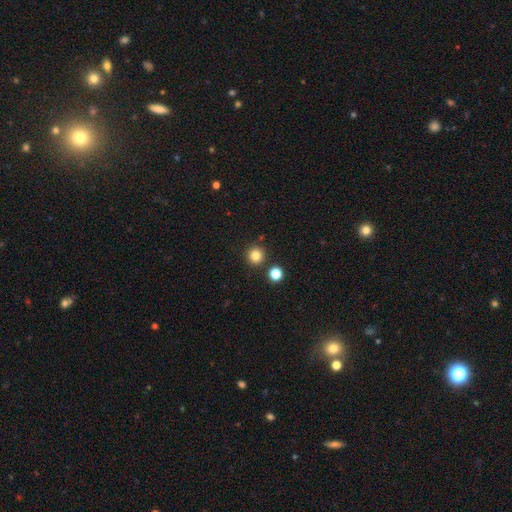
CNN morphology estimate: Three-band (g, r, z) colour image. It shows a smooth galaxy with no disk features (82%) that is round (94%). Merging: none (87%).